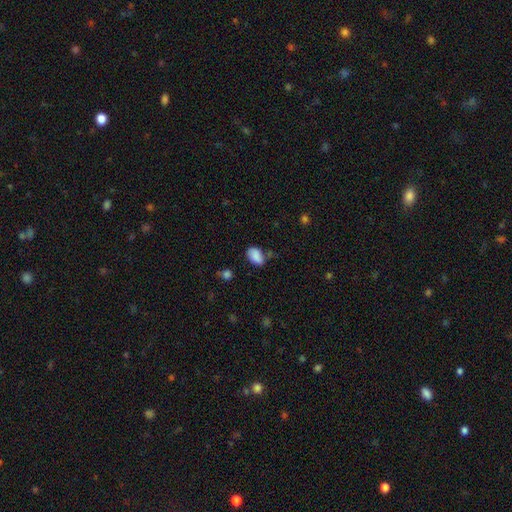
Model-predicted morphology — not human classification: type=smooth (86%); roundness=in between (88%); merging=none (64%).